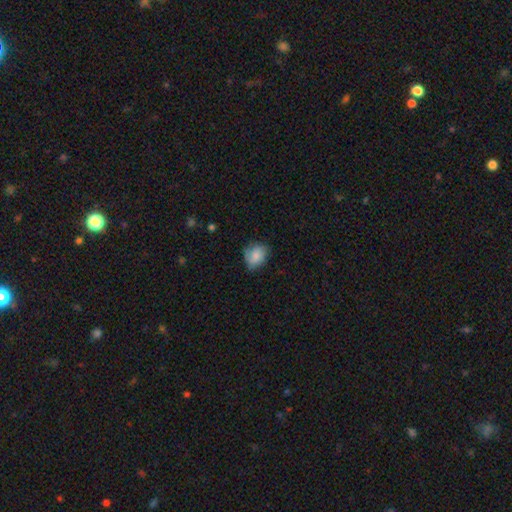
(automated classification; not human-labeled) smooth 77%, featured or disk 15%, star or artifact 8%. Down the decision tree: how rounded — round (50%); merging — none (61%).